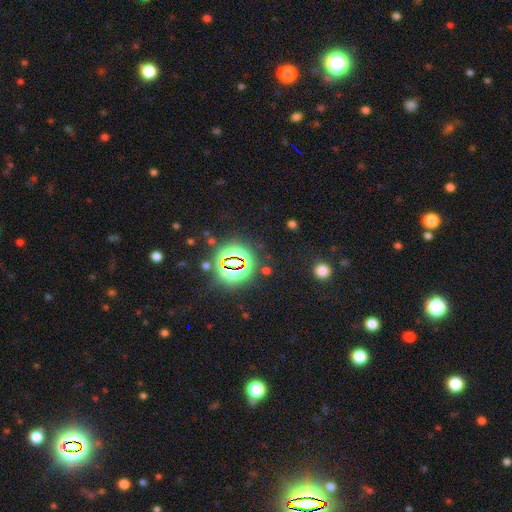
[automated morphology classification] A star or artifact, not a galaxy (83%).

Vote fractions:
- Smooth or featured? star or artifact: 83% / smooth: 10% / featured or disk: 6%